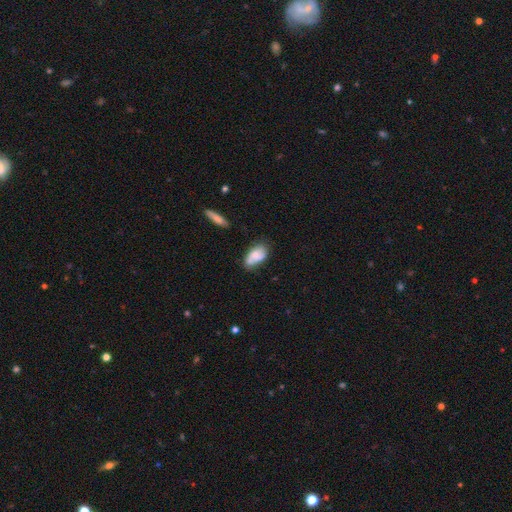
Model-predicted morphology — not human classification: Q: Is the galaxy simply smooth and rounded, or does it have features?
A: smooth — 68%.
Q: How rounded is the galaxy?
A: in between — 93%.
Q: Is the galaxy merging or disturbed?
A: none — 54%.